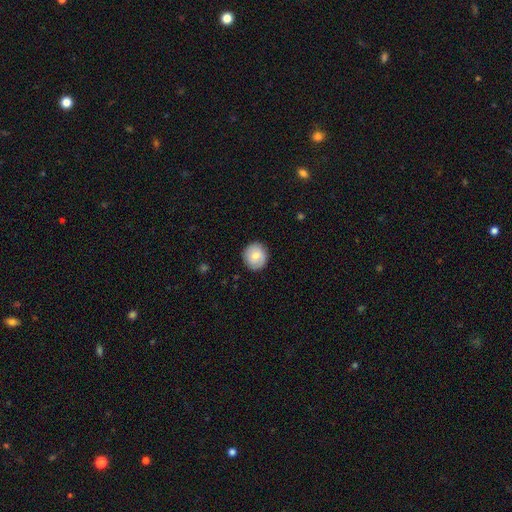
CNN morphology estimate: Q: Smooth or featured?
A: smooth (73%); runner-up: featured or disk (20%)
Q: How rounded?
A: round (87%); runner-up: in between (12%)
Q: Merging?
A: none (88%); runner-up: minor disturbance (9%)